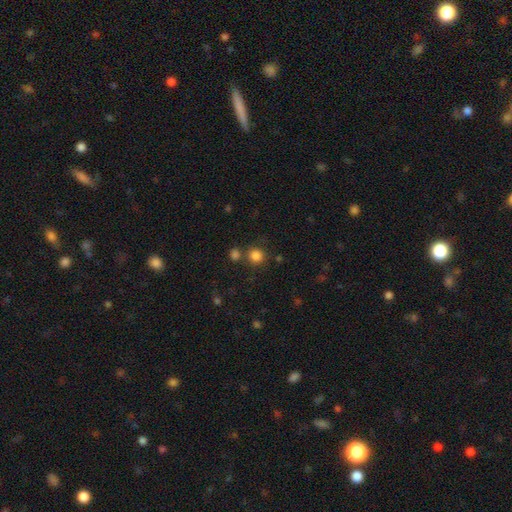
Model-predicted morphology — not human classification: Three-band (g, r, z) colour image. It shows a smooth galaxy with no disk features (83%) that is round (91%). Merging: none (74%).